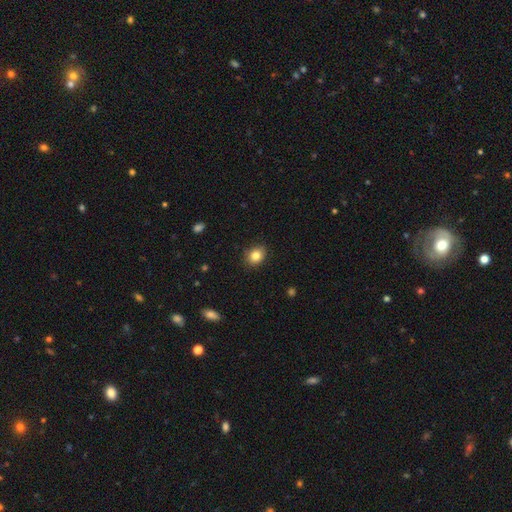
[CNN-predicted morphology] This appears to be a smooth galaxy with no disk features (83%) that is round (50%). Merging: none (87%).